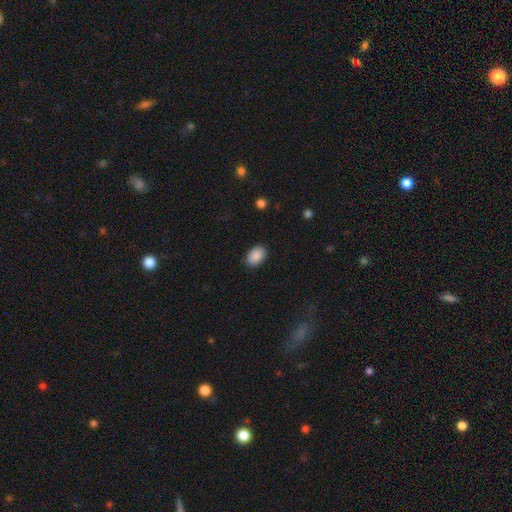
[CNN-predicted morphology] Smooth or featured? smooth (90%)
How rounded? in between (86%)
Merging? none (88%)